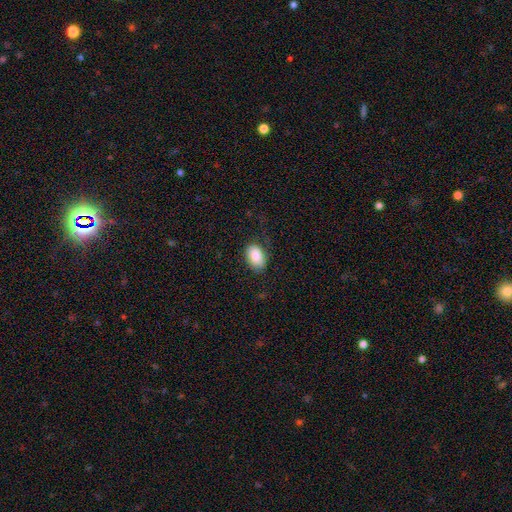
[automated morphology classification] smooth 86%, featured or disk 7%, star or artifact 7%. Down the decision tree: how rounded — in between (88%); merging — none (72%).